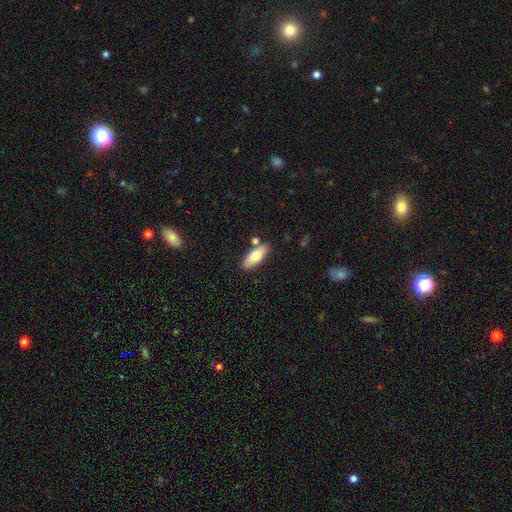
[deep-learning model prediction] A smooth galaxy with no disk features (70%) that is in between round and cigar-shaped (74%). Merging: none (81%).